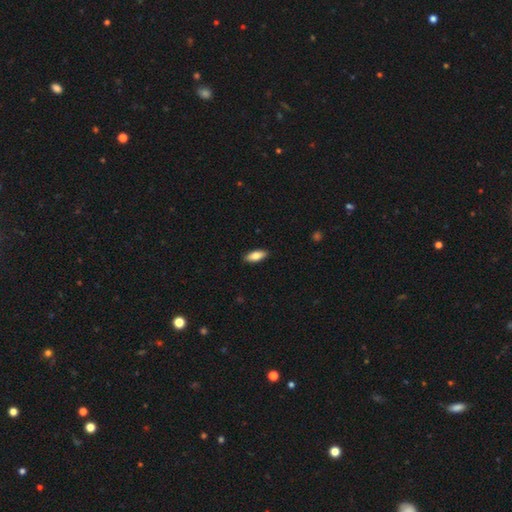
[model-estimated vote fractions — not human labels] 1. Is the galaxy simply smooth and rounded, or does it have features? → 80% smooth, 14% featured or disk, 6% star or artifact.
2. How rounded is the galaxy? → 79% in between, 19% cigar-shaped, 2% round.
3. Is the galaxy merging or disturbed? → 89% none, 8% minor disturbance, 2% major disturbance, 1% merger.